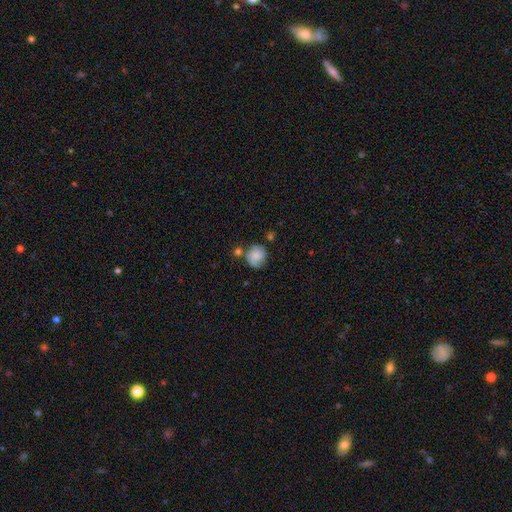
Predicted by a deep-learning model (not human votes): This appears to be a smooth galaxy with no disk features (77%) that is round (81%). Merging: none (58%).